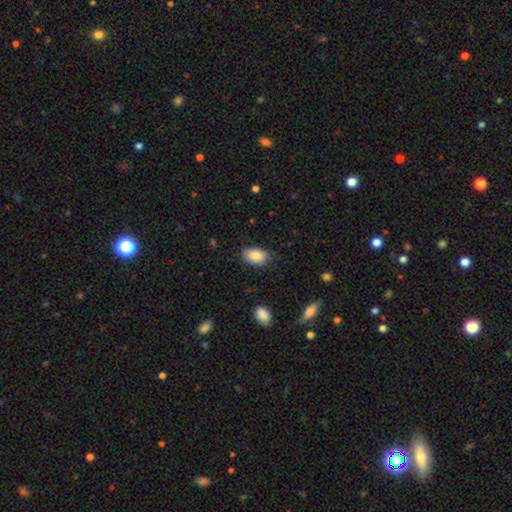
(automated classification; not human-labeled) This appears to be a smooth galaxy with no disk features (87%) that is in between round and cigar-shaped (92%). Merging: none (79%).